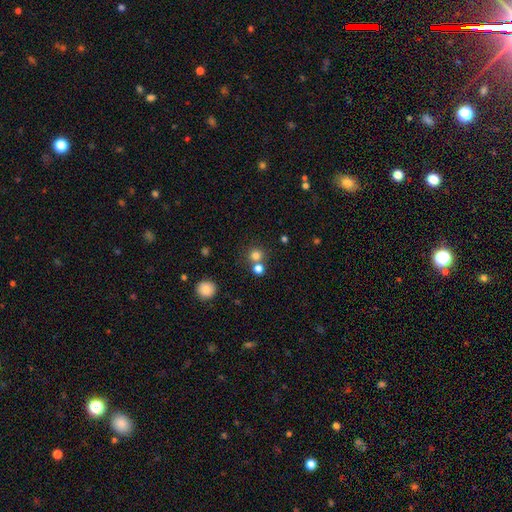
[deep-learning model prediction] Smooth or featured? smooth (77%)
How rounded? round (91%)
Merging? none (63%)